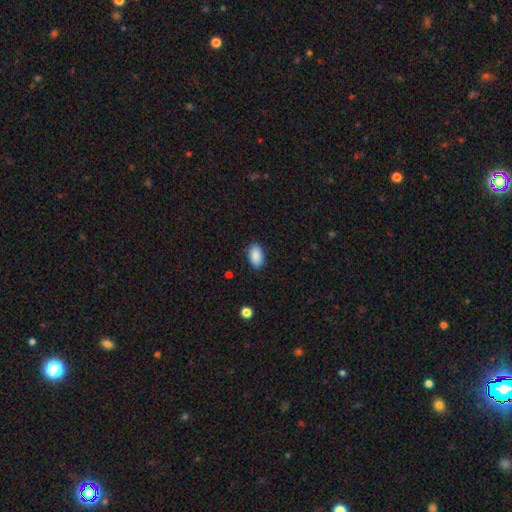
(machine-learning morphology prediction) Smooth or featured?
  - smooth: 89% *
  - star or artifact: 7%
  - featured or disk: 4%
How rounded?
  - in between: 94% *
  - round: 4%
  - cigar-shaped: 2%
Merging?
  - none: 88% *
  - minor disturbance: 9%
  - major disturbance: 2%
  - merger: 1%